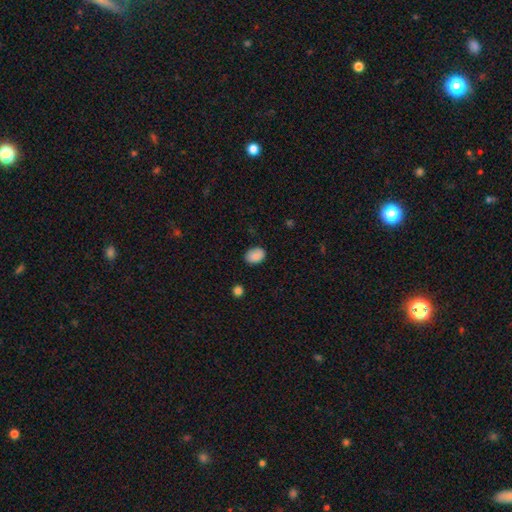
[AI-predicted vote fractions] This is clearly a smooth galaxy (87%). How rounded: clearly in between (84%). Merging: clearly none (83%).